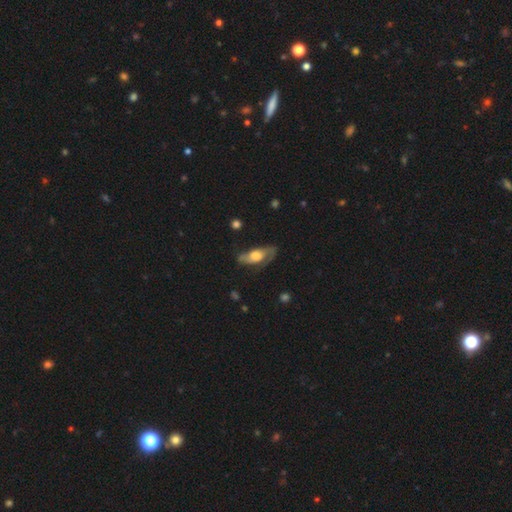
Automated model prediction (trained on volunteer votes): Smooth or featured? featured or disk (61%)
Edge-on disk? no (77%)
Merging? none (55%)